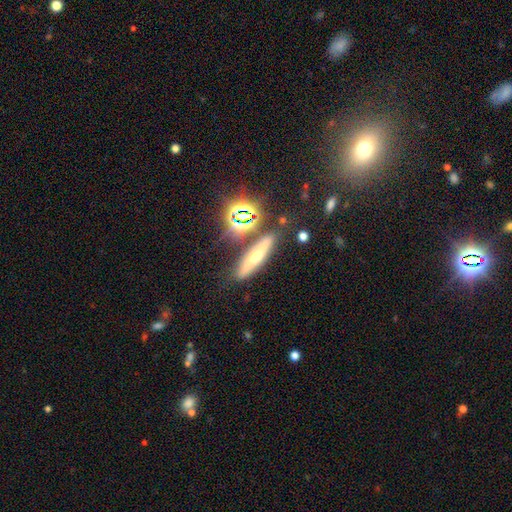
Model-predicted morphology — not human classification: The model was most divided on "smooth or featured" (2-way tie): smooth: 40%, featured or disk: 40%, star or artifact: 21%. More confident: merging — none (78%).